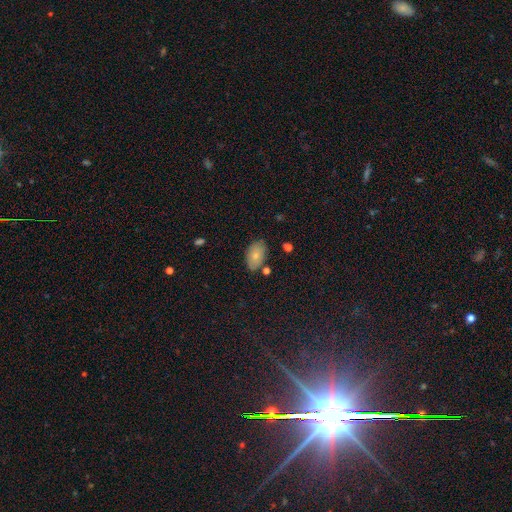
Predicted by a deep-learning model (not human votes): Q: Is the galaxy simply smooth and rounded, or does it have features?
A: smooth — 77%.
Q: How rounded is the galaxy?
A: in between — 91%.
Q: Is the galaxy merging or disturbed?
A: none — 76%.